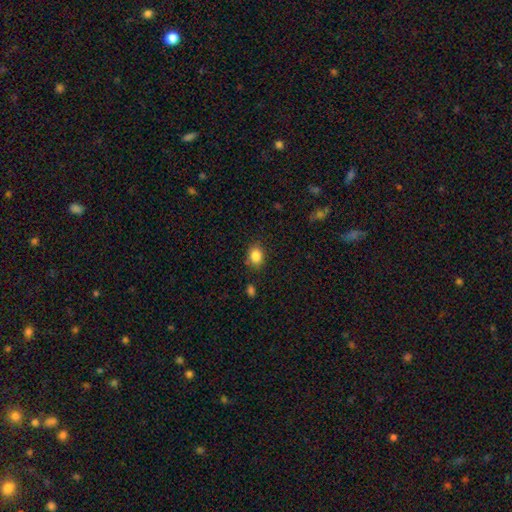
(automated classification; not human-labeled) This appears to be a smooth galaxy with no disk features (85%) that is round (51%). Merging: none (83%).